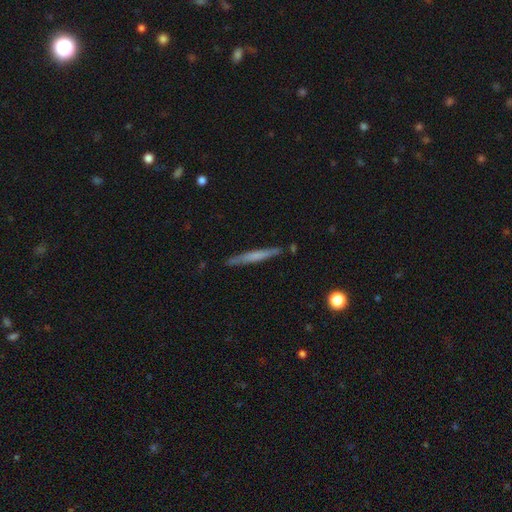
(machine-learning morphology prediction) A smooth galaxy with no disk features (49%). Merging: none (88%).